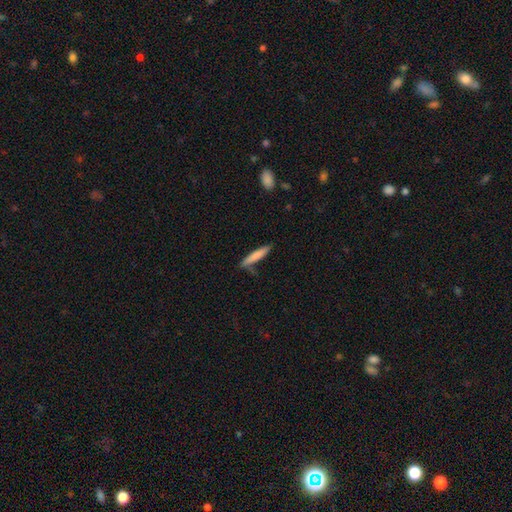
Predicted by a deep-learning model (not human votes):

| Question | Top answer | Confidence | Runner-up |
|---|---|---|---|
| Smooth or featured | smooth | 76% | featured or disk (18%) |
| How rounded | cigar-shaped | 90% | in between (8%) |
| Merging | none | 73% | minor disturbance (19%) |